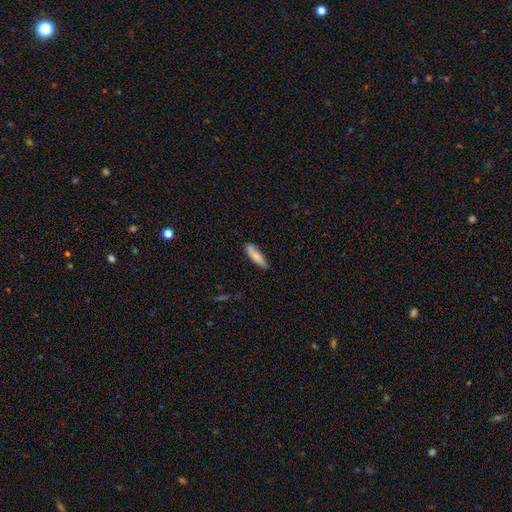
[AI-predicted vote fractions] A smooth galaxy with no disk features (79%) that is cigar-shaped (57%). Merging: none (77%).